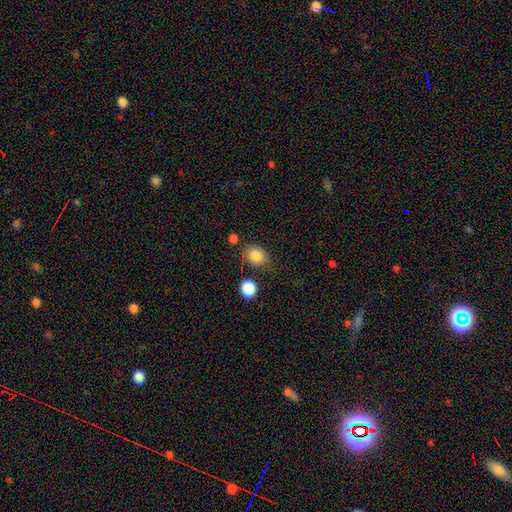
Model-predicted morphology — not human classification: The model was most divided on "how rounded": round: 54%, in between: 45%, cigar-shaped: 1%. More confident: smooth or featured — smooth (84%); merging — none (63%).